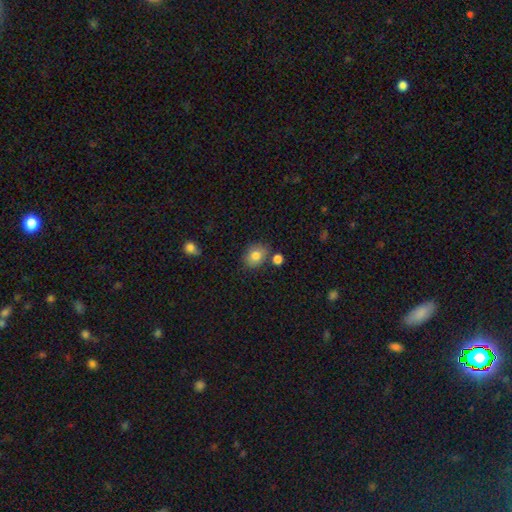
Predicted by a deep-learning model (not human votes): Smooth or featured? smooth (81%)
How rounded? in between (50%)
Merging? none (75%)